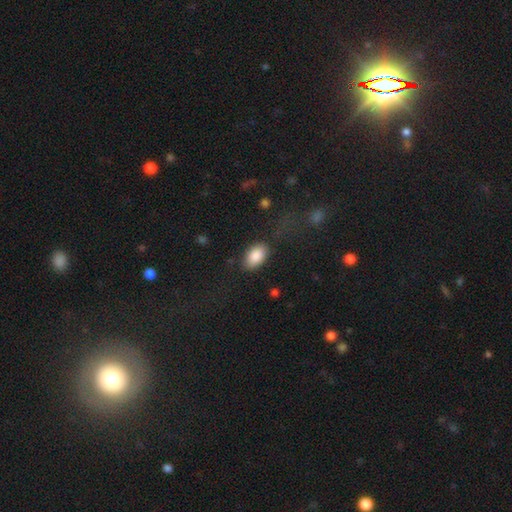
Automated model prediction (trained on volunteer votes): A smooth galaxy with no disk features (88%) that is in between round and cigar-shaped (93%).

Vote fractions:
- Smooth or featured? smooth: 88% / star or artifact: 6% / featured or disk: 6%
- How rounded? in between: 93% / round: 6% / cigar-shaped: 1%
- Merging? none: 80% / minor disturbance: 13% / major disturbance: 5% / merger: 2%